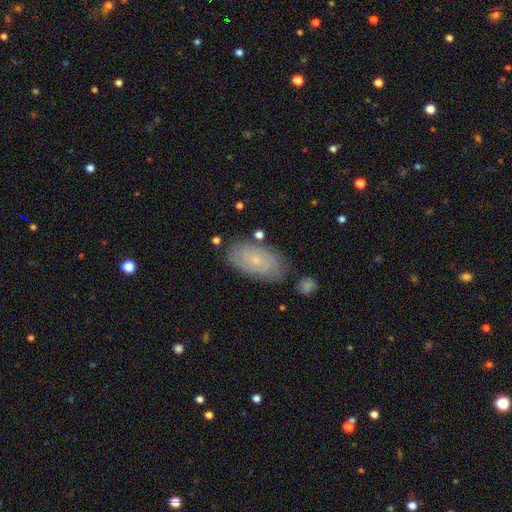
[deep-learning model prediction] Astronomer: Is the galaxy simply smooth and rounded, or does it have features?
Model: smooth — 50% (runner-up: featured or disk, 32%).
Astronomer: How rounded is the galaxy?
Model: in between — 90%.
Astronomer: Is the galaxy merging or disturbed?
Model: none — 79%.